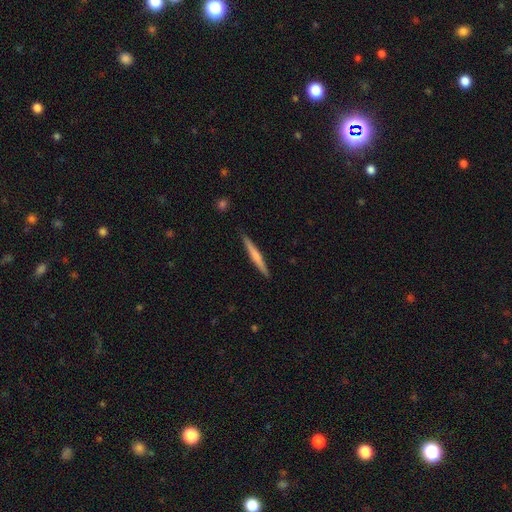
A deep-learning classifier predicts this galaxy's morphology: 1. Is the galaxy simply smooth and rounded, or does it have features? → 52% smooth, 43% featured or disk, 5% star or artifact.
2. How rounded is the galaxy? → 96% cigar-shaped, 3% in between, 1% round.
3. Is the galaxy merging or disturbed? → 92% none, 6% minor disturbance, 1% major disturbance, 1% merger.